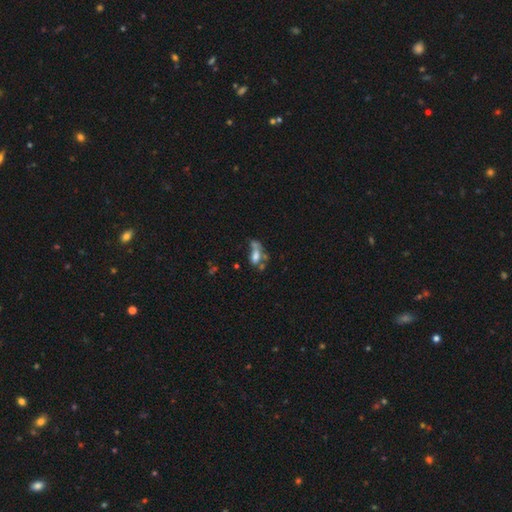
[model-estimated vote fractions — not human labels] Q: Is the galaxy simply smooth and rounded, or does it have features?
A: smooth — 54%.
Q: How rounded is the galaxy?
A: in between — 77%.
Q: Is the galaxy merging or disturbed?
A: merger — 37%.